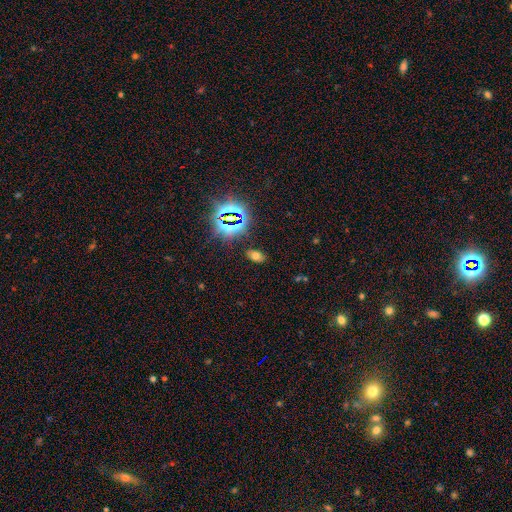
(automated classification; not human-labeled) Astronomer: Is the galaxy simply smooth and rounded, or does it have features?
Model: smooth — 58%.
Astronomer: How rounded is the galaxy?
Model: in between — 87%.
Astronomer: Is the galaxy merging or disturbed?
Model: none — 85%.